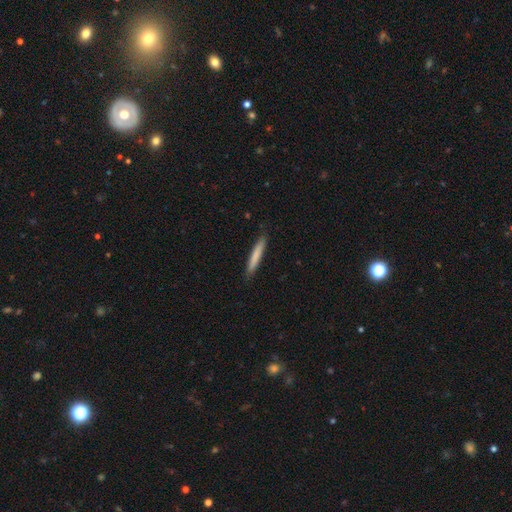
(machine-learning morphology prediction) smooth-or-featured: smooth: 78% | featured or disk: 17% | star or artifact: 6%
  how-rounded: cigar-shaped: 95% | in between: 4% | round: 1%
  merging: none: 88% | minor disturbance: 9% | major disturbance: 2% | merger: 1%